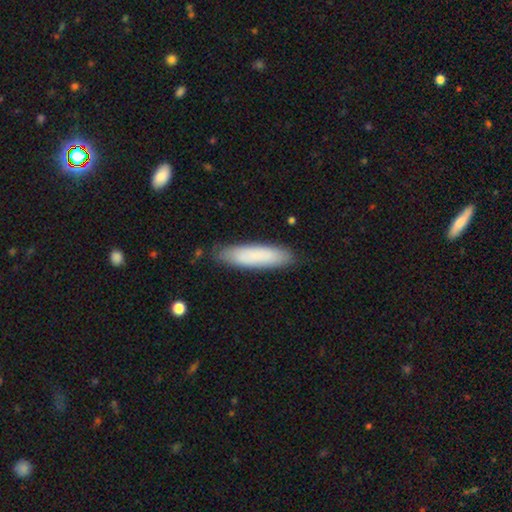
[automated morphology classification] Smooth or featured? Predicted: smooth (p=0.83). How rounded? Predicted: cigar-shaped (p=0.71). Merging? Predicted: none (p=0.84).